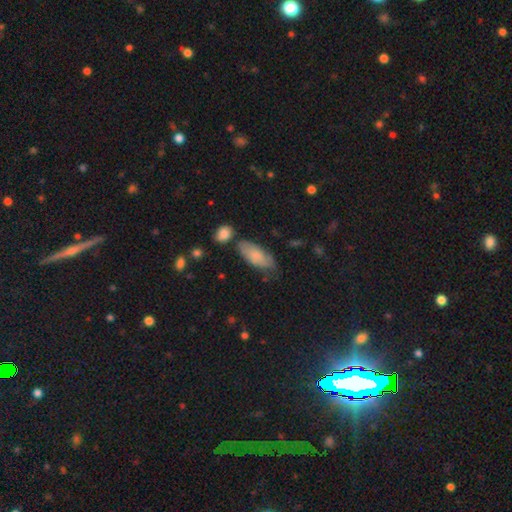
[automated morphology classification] The model was most divided on "merging": none: 59%, minor disturbance: 26%, merger: 7%, major disturbance: 7%. More confident: how rounded — in between (85%); smooth or featured — smooth (75%).